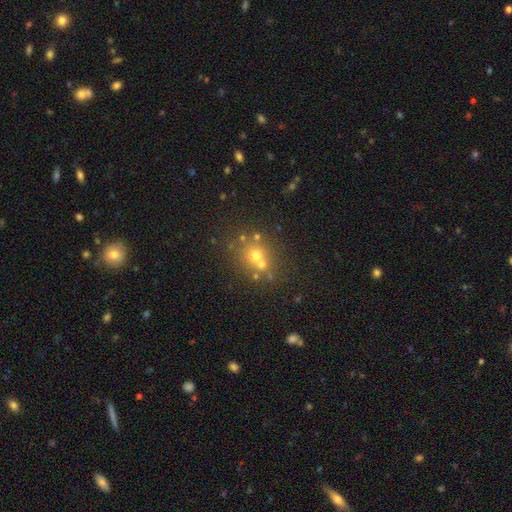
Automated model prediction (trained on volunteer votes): Morphology: type=smooth (58%); roundness=round (82%); merging=none (56%).